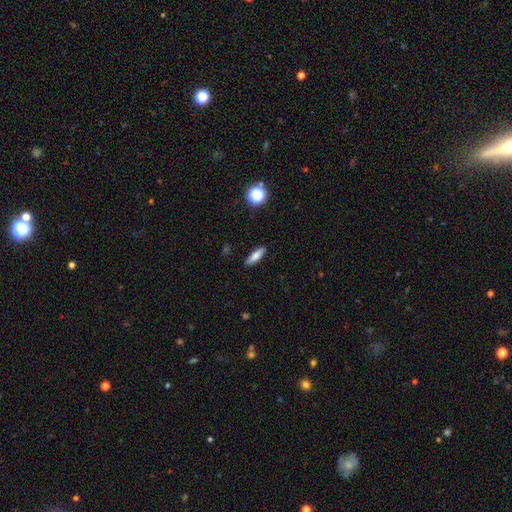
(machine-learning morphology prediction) Smooth or featured? smooth (79%)
How rounded? cigar-shaped (56%)
Merging? none (89%)